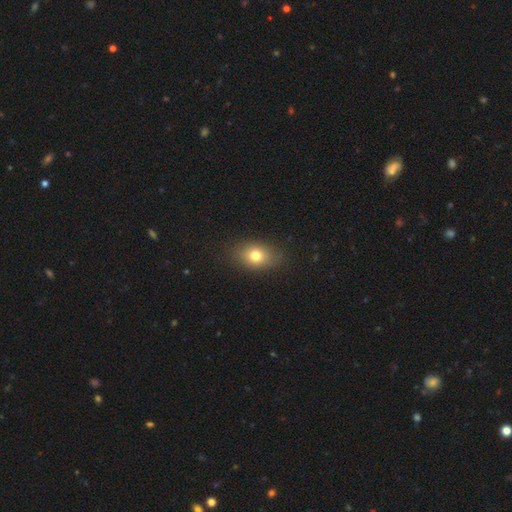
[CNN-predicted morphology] This appears to be a smooth galaxy with no disk features (77%) that is in between round and cigar-shaped (71%). Merging: none (84%).